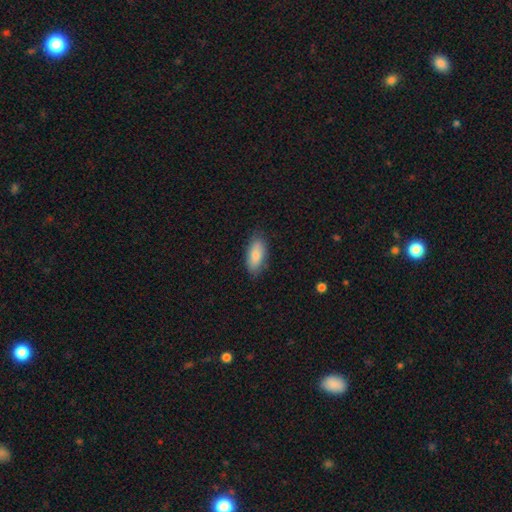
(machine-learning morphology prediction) A smooth galaxy with no disk features (81%) that is in between round and cigar-shaped (83%). Merging: none (82%).